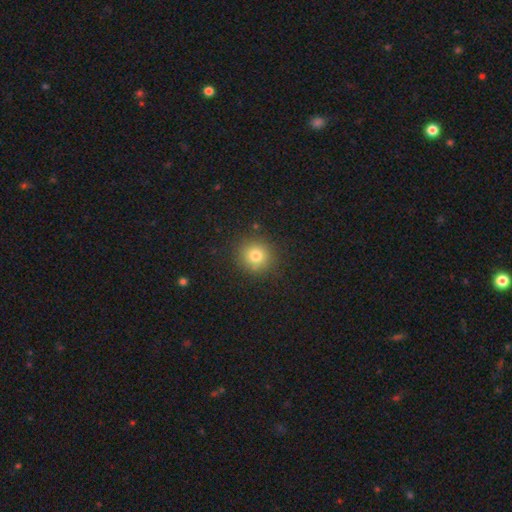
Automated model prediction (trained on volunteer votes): The model was most divided on "smooth or featured": smooth: 78%, star or artifact: 13%, featured or disk: 8%. More confident: how rounded — round (92%); merging — none (88%).